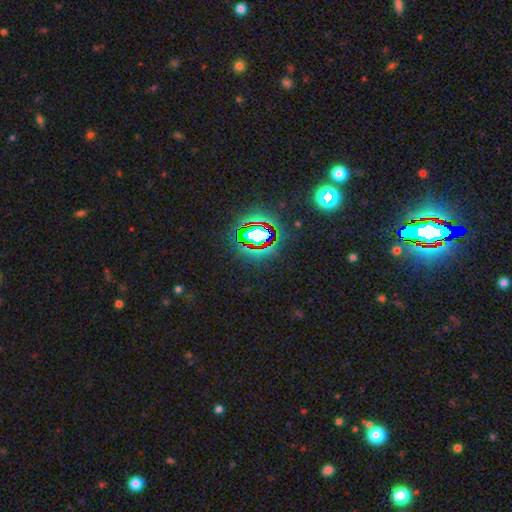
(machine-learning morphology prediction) Overall: star or artifact (81%).